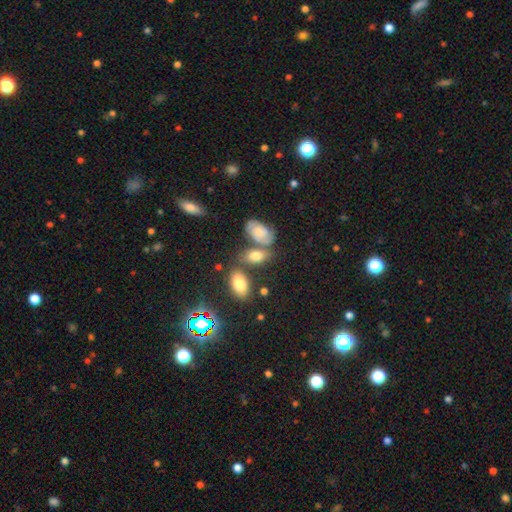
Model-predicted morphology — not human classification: A smooth galaxy with no disk features (53%) that is in between round and cigar-shaped (84%). Merging: none (56%).